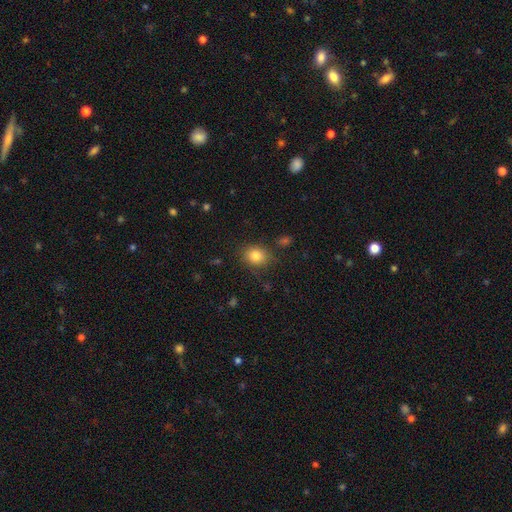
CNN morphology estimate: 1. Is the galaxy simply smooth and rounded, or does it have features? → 82% smooth, 11% star or artifact, 7% featured or disk.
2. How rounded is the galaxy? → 61% round, 38% in between, 1% cigar-shaped.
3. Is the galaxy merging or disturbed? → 79% none, 15% minor disturbance, 4% major disturbance, 2% merger.